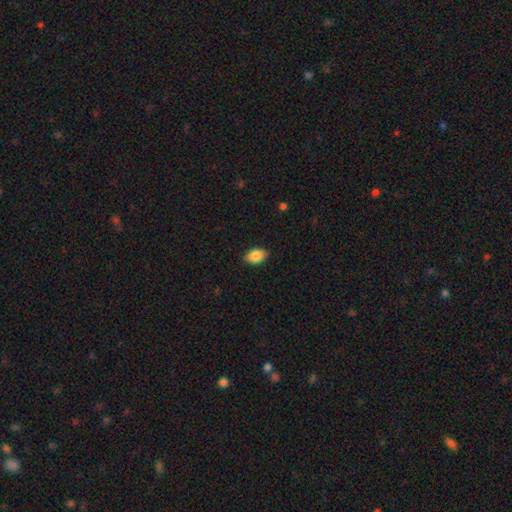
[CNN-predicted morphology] A smooth galaxy with no disk features (87%) that is in between round and cigar-shaped (86%). Merging: none (86%).